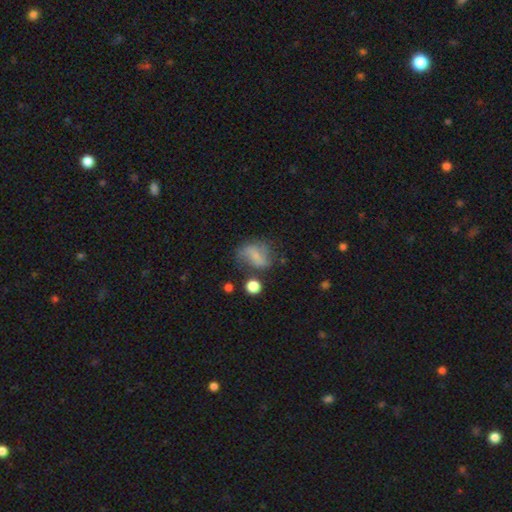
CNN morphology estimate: The model was most divided on "smooth or featured": smooth: 49%, featured or disk: 39%, star or artifact: 12%. More confident: merging — none (50%).